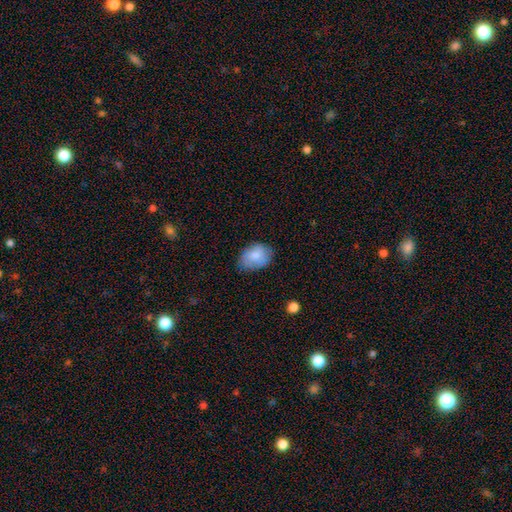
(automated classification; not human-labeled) This appears to be a smooth galaxy with no disk features (77%) that is in between round and cigar-shaped (77%). Merging: none (67%).